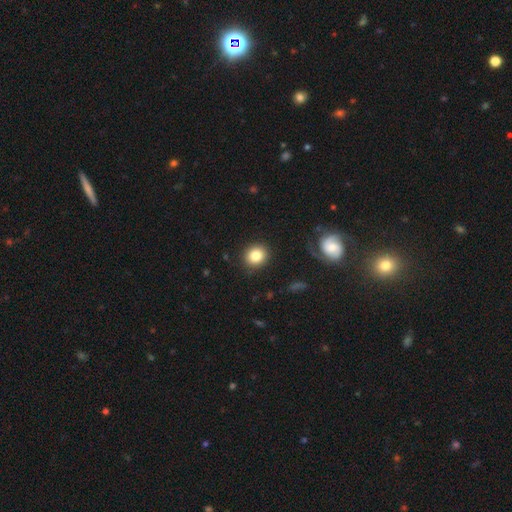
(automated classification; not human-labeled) This appears to be a smooth galaxy with no disk features (83%) that is round (81%). Merging: none (89%).